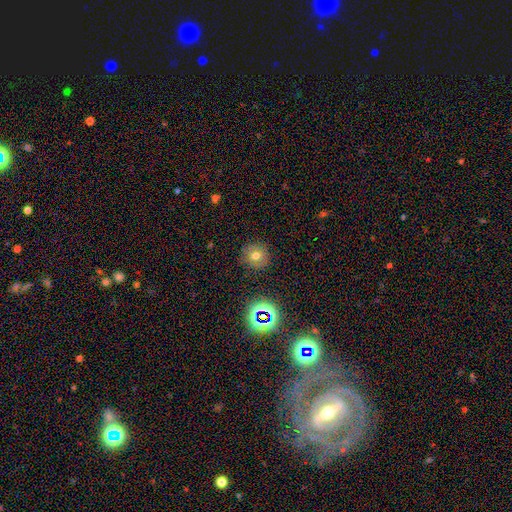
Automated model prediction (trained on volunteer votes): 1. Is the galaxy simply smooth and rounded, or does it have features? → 66% smooth, 19% star or artifact, 14% featured or disk.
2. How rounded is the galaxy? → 90% round, 9% in between, 1% cigar-shaped.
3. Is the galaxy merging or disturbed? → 88% none, 8% minor disturbance, 3% major disturbance, 1% merger.